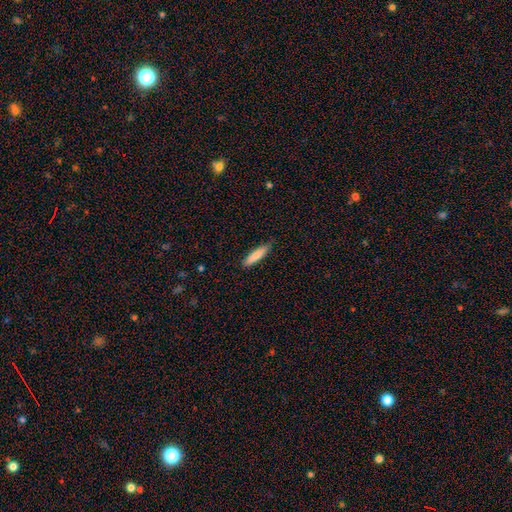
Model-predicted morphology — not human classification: smooth-or-featured: smooth: 81% | featured or disk: 13% | star or artifact: 6%
  how-rounded: cigar-shaped: 78% | in between: 21% | round: 1%
  merging: none: 85% | minor disturbance: 12% | major disturbance: 2% | merger: 1%